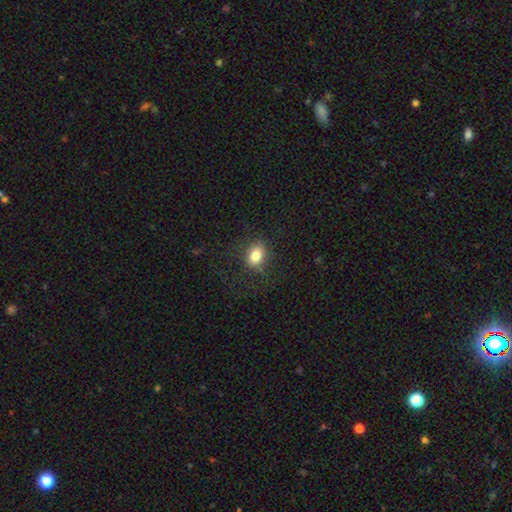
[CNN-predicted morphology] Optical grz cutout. It shows a smooth galaxy with no disk features (82%) that is in between round and cigar-shaped (70%). Merging: none (78%).